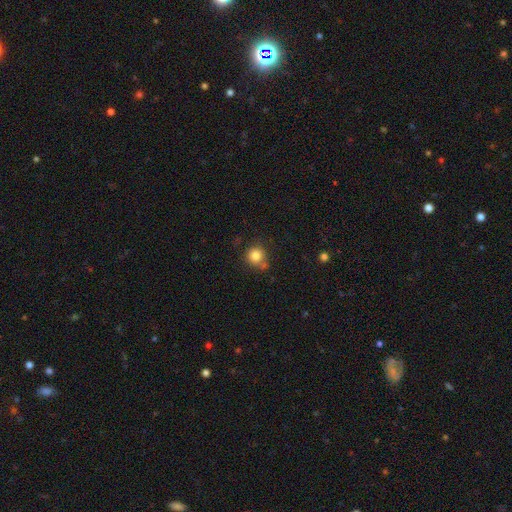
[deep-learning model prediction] Smooth or featured? Predicted: smooth (p=0.83). How rounded? Predicted: round (p=0.90). Merging? Predicted: none (p=0.68).